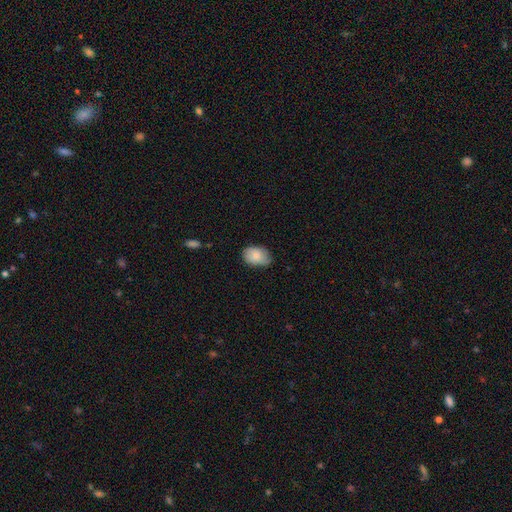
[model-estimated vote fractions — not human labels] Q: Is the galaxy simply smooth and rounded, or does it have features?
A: smooth — 82%.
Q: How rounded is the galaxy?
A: in between — 80%.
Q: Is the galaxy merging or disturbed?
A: none — 68%.